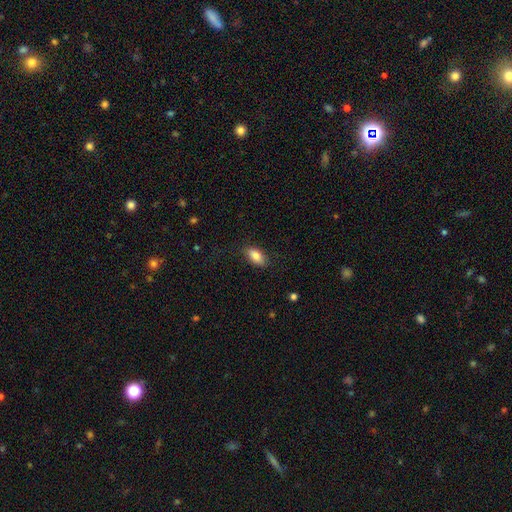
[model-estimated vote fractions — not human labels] A smooth galaxy with no disk features (84%) that is in between round and cigar-shaped (90%). Merging: none (82%).